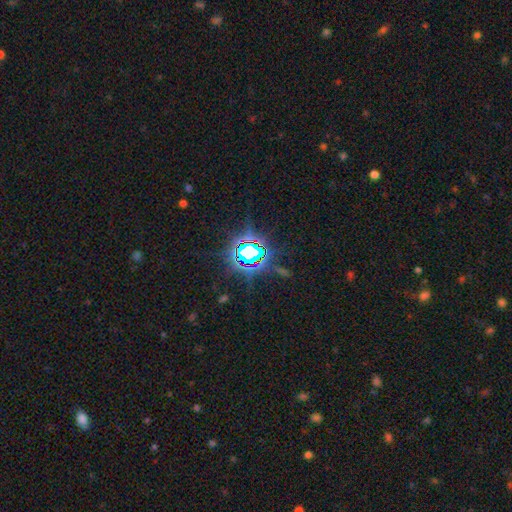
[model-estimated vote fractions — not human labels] Smooth or featured?
  - star or artifact: 80% *
  - smooth: 11%
  - featured or disk: 9%